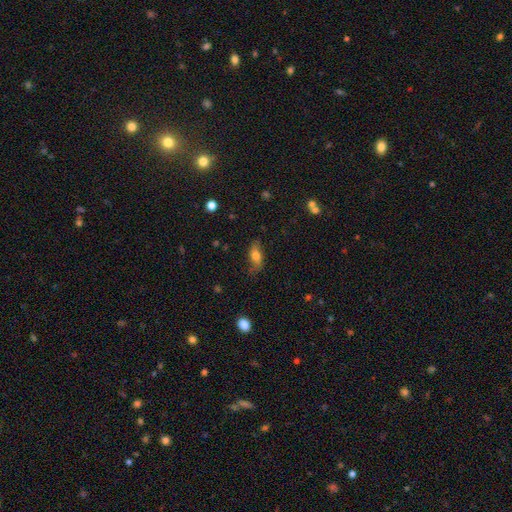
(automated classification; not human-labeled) Morphology: type=smooth (68%); roundness=in between (80%); merging=none (66%).